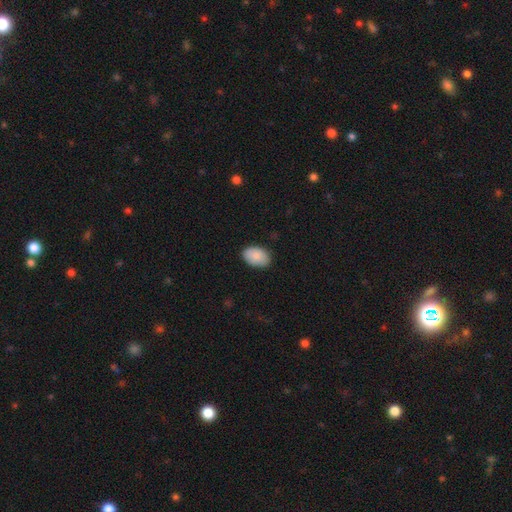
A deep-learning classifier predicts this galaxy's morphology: A smooth galaxy with no disk features (87%) that is in between round and cigar-shaped (88%).

Vote fractions:
- Smooth or featured? smooth: 87% / star or artifact: 6% / featured or disk: 6%
- How rounded? in between: 88% / round: 11% / cigar-shaped: 1%
- Merging? none: 86% / minor disturbance: 11% / major disturbance: 2% / merger: 1%